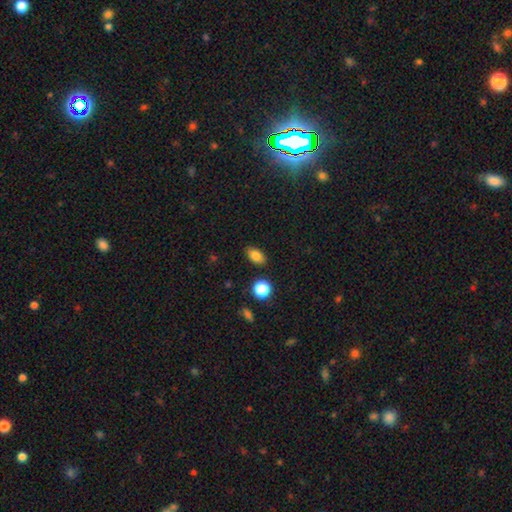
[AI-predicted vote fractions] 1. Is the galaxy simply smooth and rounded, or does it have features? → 82% smooth, 10% star or artifact, 8% featured or disk.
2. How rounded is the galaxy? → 86% in between, 11% round, 3% cigar-shaped.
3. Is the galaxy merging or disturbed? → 85% none, 10% minor disturbance, 2% major disturbance, 2% merger.